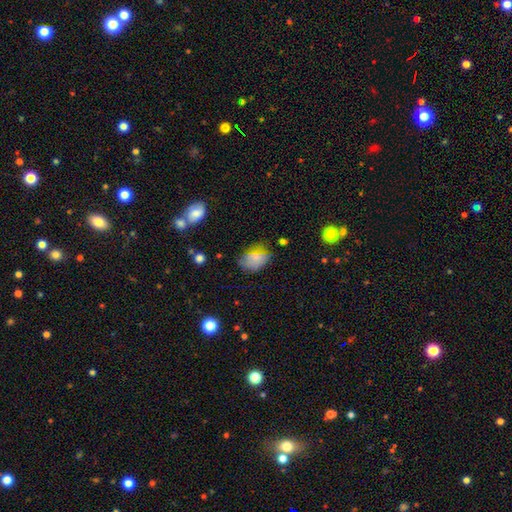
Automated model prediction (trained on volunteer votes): smooth-or-featured: smooth: 68% | star or artifact: 17% | featured or disk: 15%
  how-rounded: in between: 73% | round: 25% | cigar-shaped: 2%
  merging: none: 66% | minor disturbance: 23% | major disturbance: 8% | merger: 3%